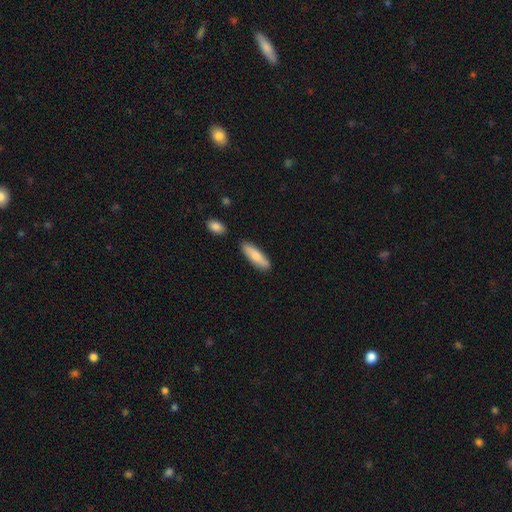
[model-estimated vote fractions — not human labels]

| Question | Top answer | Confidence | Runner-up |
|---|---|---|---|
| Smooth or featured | smooth | 77% | featured or disk (18%) |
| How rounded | cigar-shaped | 55% | in between (43%) |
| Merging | none | 81% | minor disturbance (12%) |